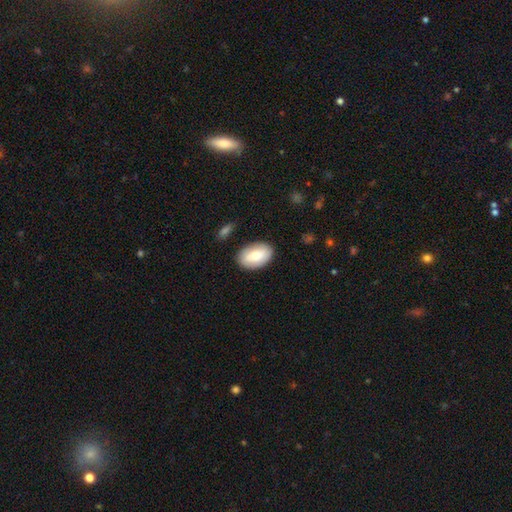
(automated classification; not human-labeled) smooth_or_featured: smooth (p=0.78) [alt: featured or disk p=0.16]
how_rounded: in between (p=0.92) [alt: round p=0.07]
merging: none (p=0.83) [alt: minor disturbance p=0.12]